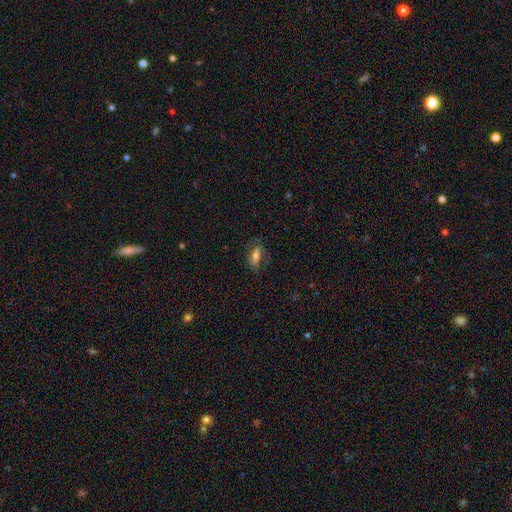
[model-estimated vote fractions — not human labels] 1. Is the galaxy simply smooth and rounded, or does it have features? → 61% smooth, 29% featured or disk, 10% star or artifact.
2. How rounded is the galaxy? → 76% in between, 18% cigar-shaped, 5% round.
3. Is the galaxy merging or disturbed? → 70% none, 20% minor disturbance, 10% major disturbance, 1% merger.